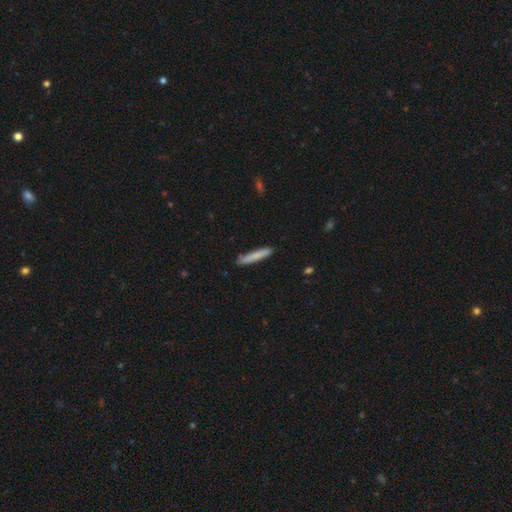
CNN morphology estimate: A smooth galaxy with no disk features (78%) that is cigar-shaped (93%). Merging: none (86%).